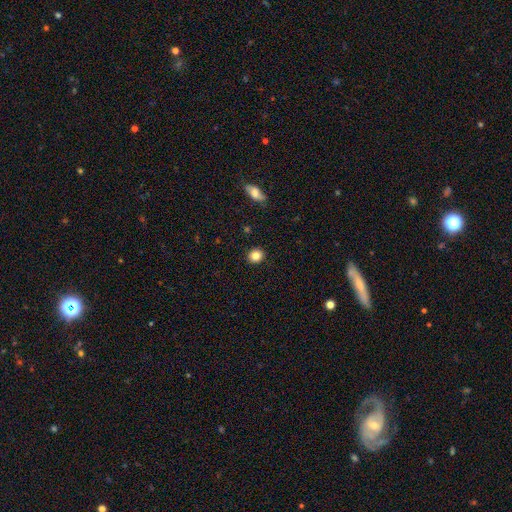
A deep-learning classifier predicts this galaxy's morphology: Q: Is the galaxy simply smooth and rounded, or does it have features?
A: smooth — 84%.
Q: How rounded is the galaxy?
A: round — 79%.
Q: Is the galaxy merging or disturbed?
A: none — 91%.